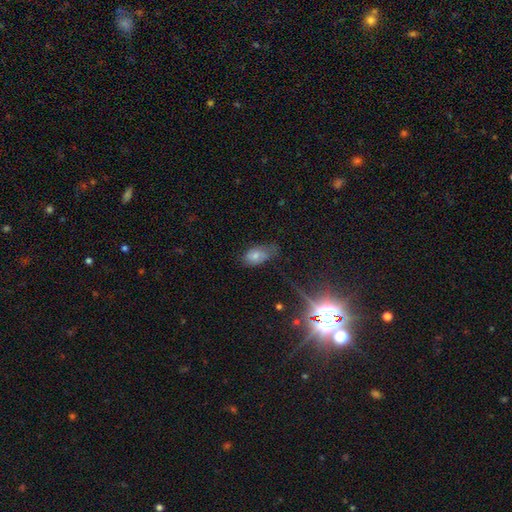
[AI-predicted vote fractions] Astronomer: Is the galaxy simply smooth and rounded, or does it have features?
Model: smooth — 68%.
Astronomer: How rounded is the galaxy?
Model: in between — 90%.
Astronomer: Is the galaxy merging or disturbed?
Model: none — 47% (runner-up: minor disturbance, 35%).